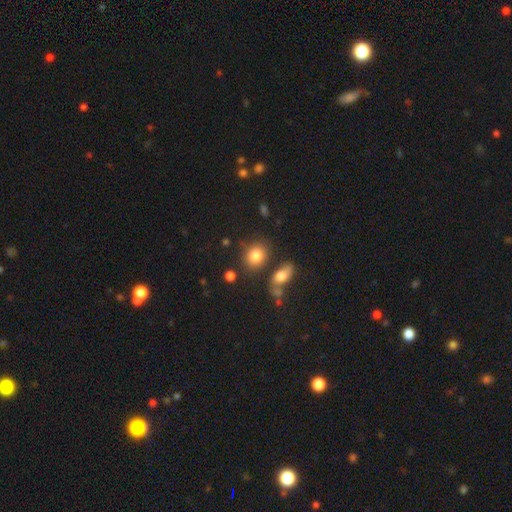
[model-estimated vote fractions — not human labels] This is clearly a smooth galaxy (82%). How rounded: possibly round (51%). Merging: likely none (74%).